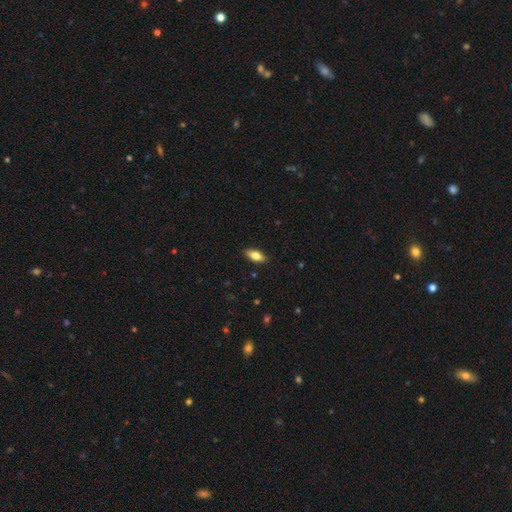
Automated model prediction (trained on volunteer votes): Smooth or featured? smooth (78%)
How rounded? in between (82%)
Merging? none (87%)